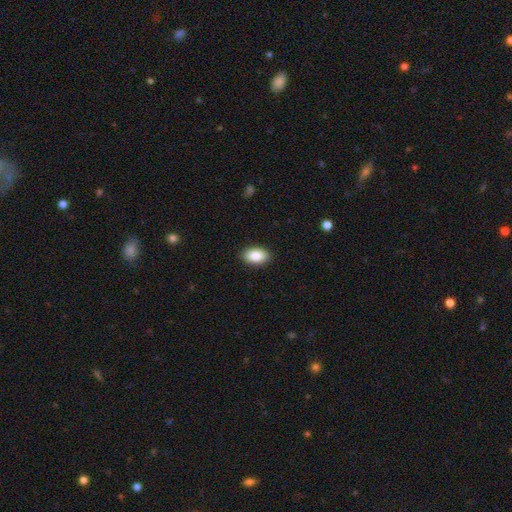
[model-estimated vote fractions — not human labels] Smooth or featured?
  - smooth: 87% *
  - star or artifact: 7%
  - featured or disk: 6%
How rounded?
  - in between: 91% *
  - round: 8%
  - cigar-shaped: 1%
Merging?
  - none: 90% *
  - minor disturbance: 7%
  - major disturbance: 2%
  - merger: 1%